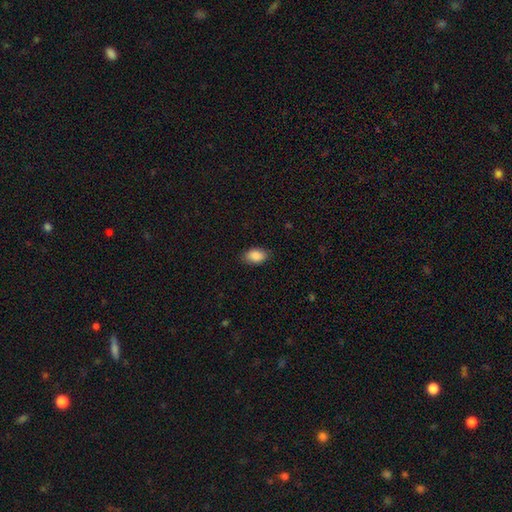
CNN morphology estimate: Overall: smooth (88%). How rounded: in between (89%). Merging: none (84%).